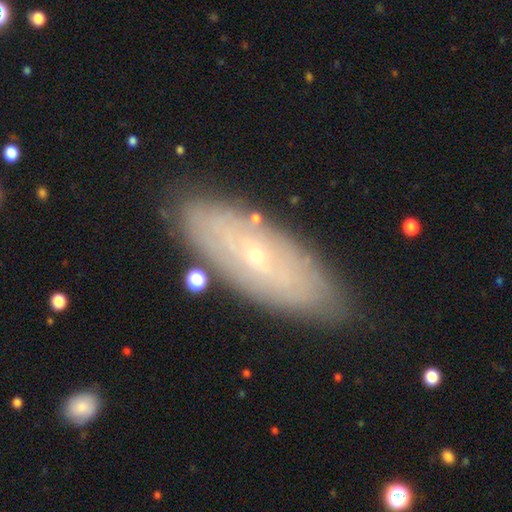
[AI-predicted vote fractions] Smooth or featured: featured or disk — 65% (smooth — 27%)
Edge-on disk: no — 80% (yes — 20%)
Bar: no — 71% (weak — 22%)
Spiral arms: yes — 60% (no — 40%)
Bulge size: small — 82% (moderate — 15%)
Merging: none — 83% (minor disturbance — 12%)